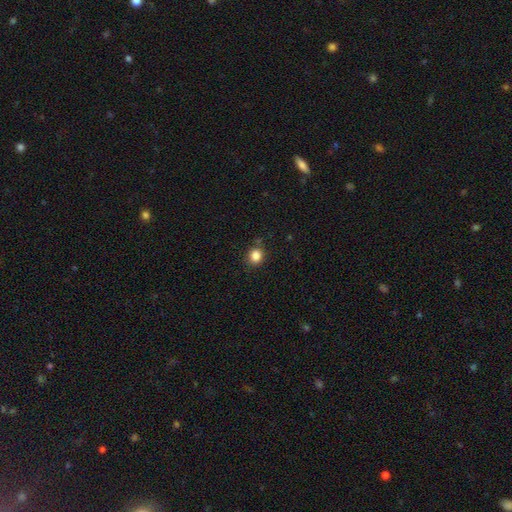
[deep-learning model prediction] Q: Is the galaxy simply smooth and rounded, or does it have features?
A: smooth — 85%.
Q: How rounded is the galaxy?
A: round — 76%.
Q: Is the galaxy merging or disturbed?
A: none — 82%.